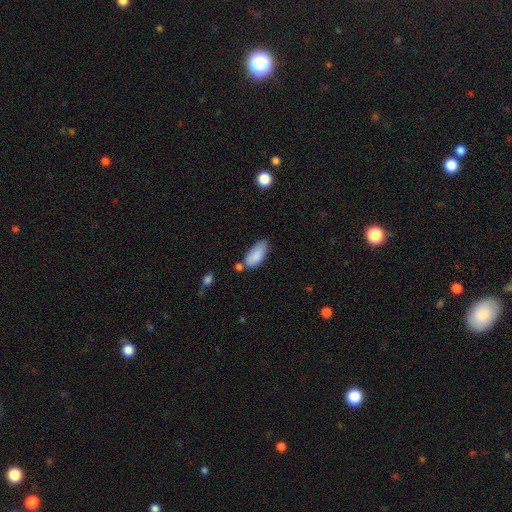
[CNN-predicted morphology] Overall: smooth (86%). How rounded: in between (87%). Merging: none (52%; minor disturbance 30%).